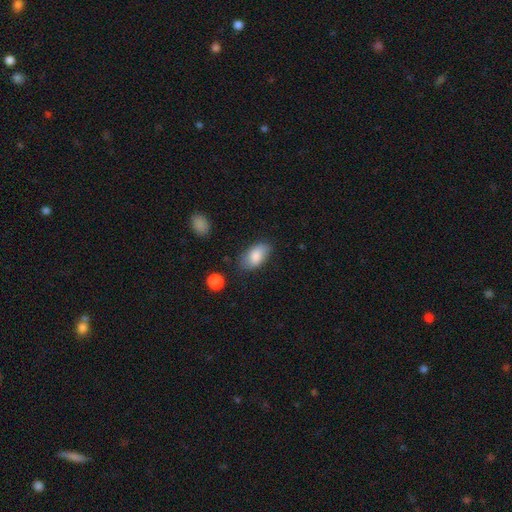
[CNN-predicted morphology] The model was most divided on "merging": none: 75%, minor disturbance: 18%, major disturbance: 4%, merger: 2%. More confident: how rounded — in between (94%); smooth or featured — smooth (83%).